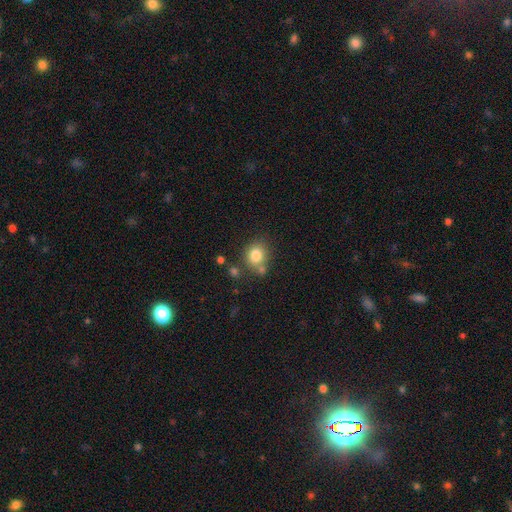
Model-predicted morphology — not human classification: A smooth galaxy with no disk features (81%) that is round (71%).

Vote fractions:
- Smooth or featured? smooth: 81% / star or artifact: 11% / featured or disk: 9%
- How rounded? round: 71% / in between: 28% / cigar-shaped: 1%
- Merging? none: 65% / merger: 16% / minor disturbance: 14% / major disturbance: 5%